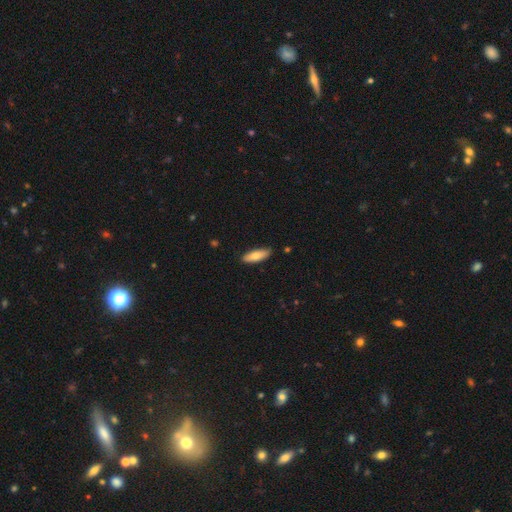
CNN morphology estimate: type=smooth (79%); roundness=in between (62%); merging=none (87%).